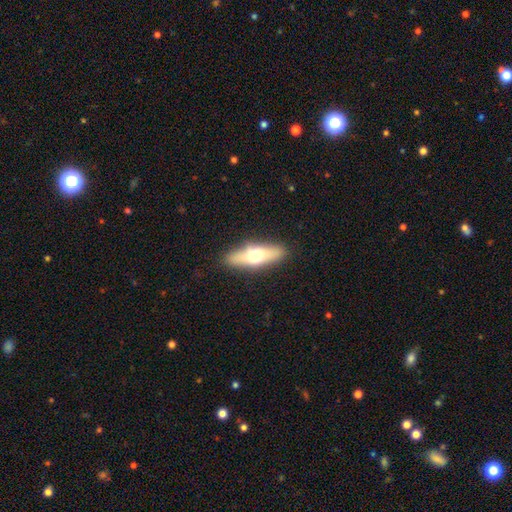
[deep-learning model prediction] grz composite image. It shows a smooth galaxy with no disk features (53%) that is cigar-shaped (49%). Merging: none (86%).